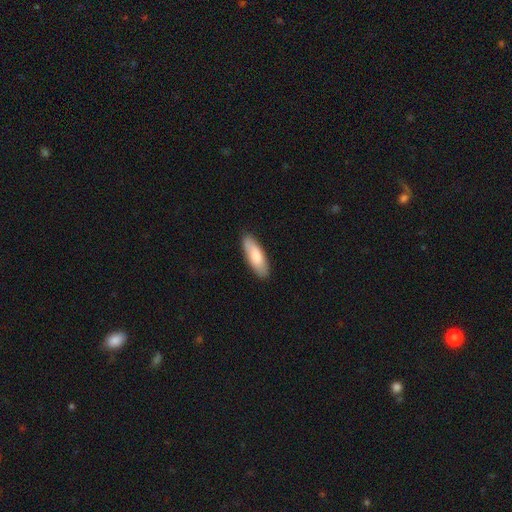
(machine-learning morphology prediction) This is likely a smooth galaxy (78%). How rounded: possibly in between (59%). Merging: clearly none (86%).